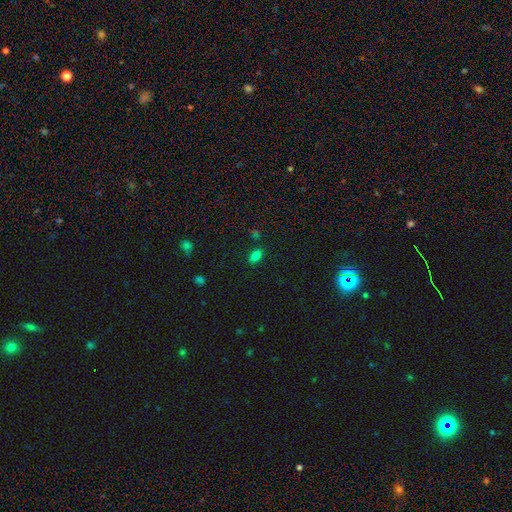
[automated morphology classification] The model was most divided on "smooth or featured": smooth: 78%, star or artifact: 16%, featured or disk: 6%. More confident: how rounded — in between (88%); merging — none (82%).